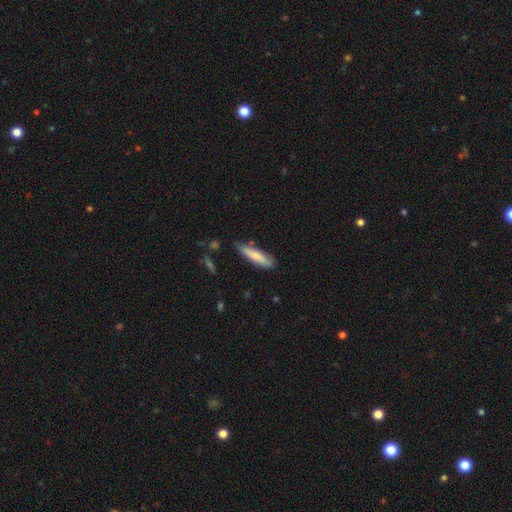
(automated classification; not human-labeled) Smooth or featured: smooth — 79% (featured or disk — 15%)
How rounded: cigar-shaped — 78% (in between — 21%)
Merging: none — 76% (minor disturbance — 18%)